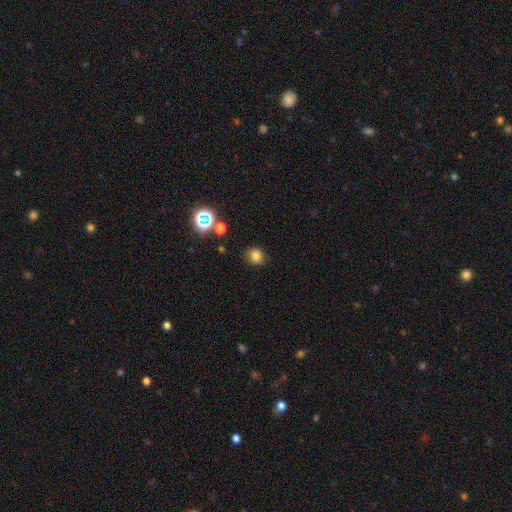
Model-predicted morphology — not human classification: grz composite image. It shows a smooth galaxy with no disk features (78%) that is round (73%). Merging: none (82%).